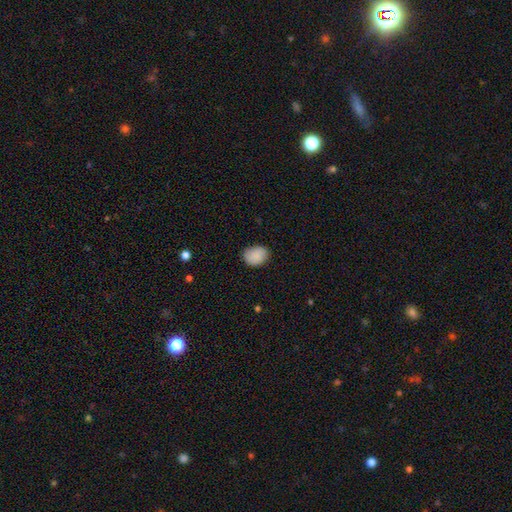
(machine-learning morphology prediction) smooth_or_featured: smooth (p=0.89) [alt: star or artifact p=0.07]
how_rounded: in between (p=0.62) [alt: round p=0.37]
merging: none (p=0.81) [alt: minor disturbance p=0.15]